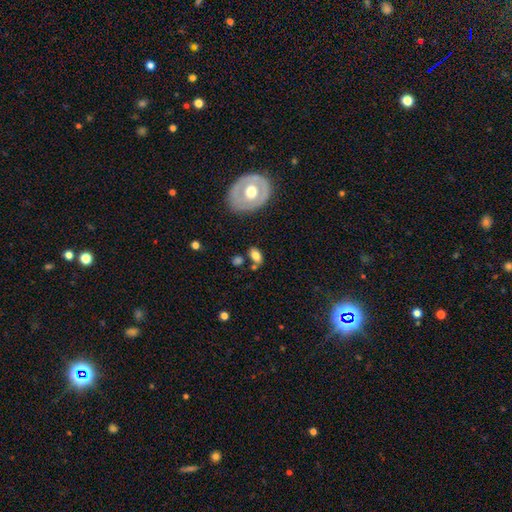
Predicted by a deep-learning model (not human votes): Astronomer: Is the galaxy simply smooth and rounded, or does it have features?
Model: smooth — 74%.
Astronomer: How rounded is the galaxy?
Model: in between — 85%.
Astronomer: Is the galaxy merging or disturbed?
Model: none — 69%.